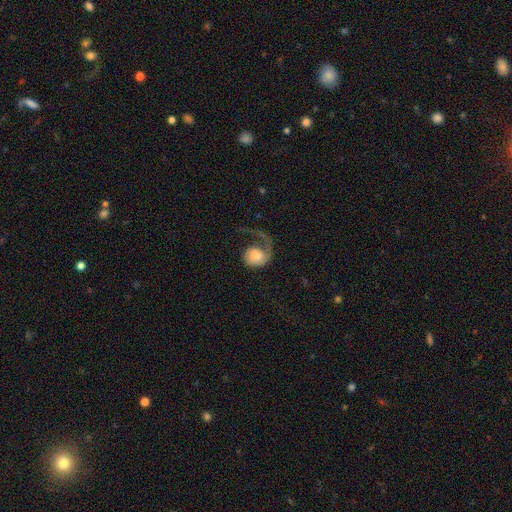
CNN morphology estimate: The model was most divided on "bulge size": moderate: 41%, large: 24%, small: 20%, none: 10%, dominant: 6%. More confident: edge-on disk — no (98%); spiral arms — yes (89%); spiral arm count — 1 (86%); bar — no (68%); smooth or featured — featured or disk (64%); spiral winding — loose (62%); merging — major disturbance (53%).